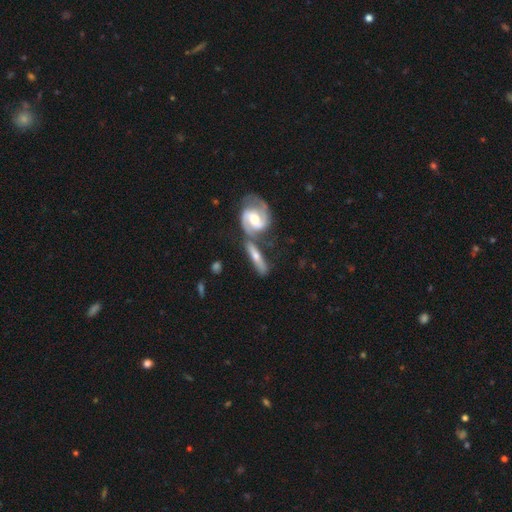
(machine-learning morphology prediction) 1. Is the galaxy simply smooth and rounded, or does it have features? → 66% featured or disk, 29% smooth, 5% star or artifact.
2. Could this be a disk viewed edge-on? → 59% no, 41% yes.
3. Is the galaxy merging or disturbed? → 49% none, 32% merger, 14% minor disturbance, 5% major disturbance.